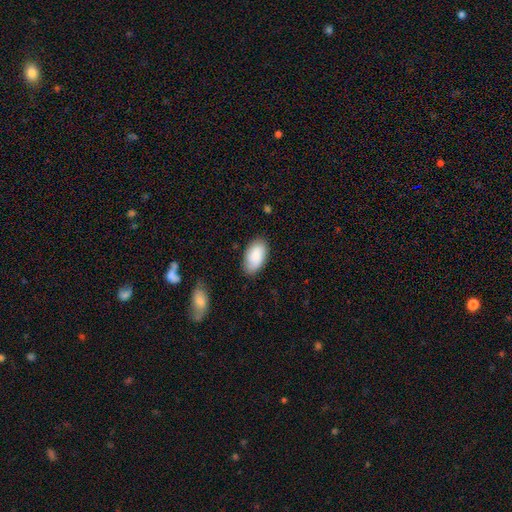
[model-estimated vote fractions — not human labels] Smooth or featured: smooth — 86% (featured or disk — 8%)
How rounded: in between — 95% (round — 3%)
Merging: none — 82% (minor disturbance — 14%)